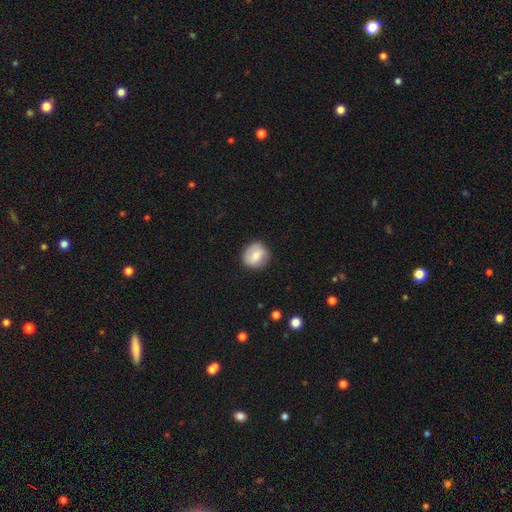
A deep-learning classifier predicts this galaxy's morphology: Overall: smooth (63%; featured or disk 30%). How rounded: round (83%). Merging: none (83%).